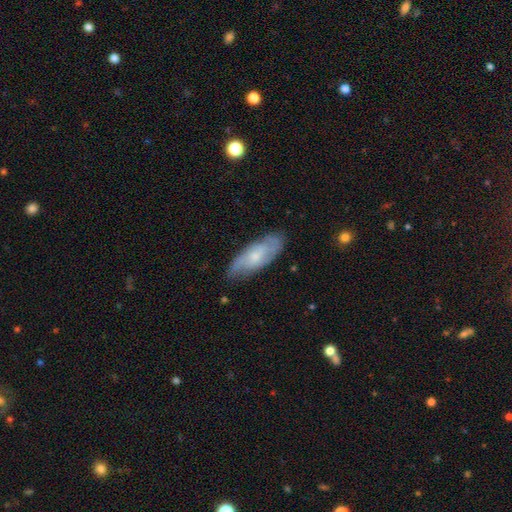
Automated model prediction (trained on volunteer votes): Smooth or featured?
  - featured or disk: 56% *
  - smooth: 37%
  - star or artifact: 6%
Edge-on disk?
  - no: 82% *
  - yes: 18%
Merging?
  - none: 75% *
  - minor disturbance: 19%
  - major disturbance: 4%
  - merger: 1%